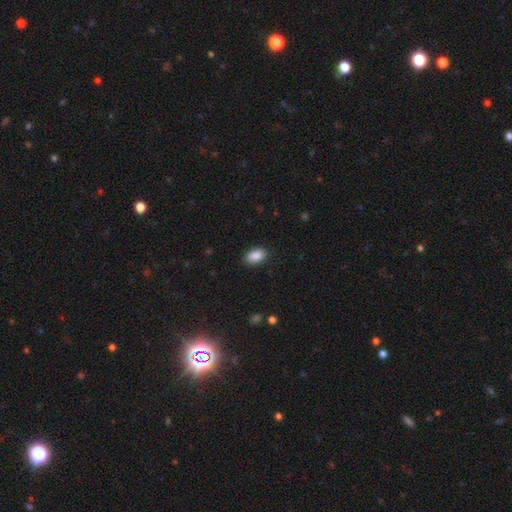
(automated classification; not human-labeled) The model was most divided on "merging": none: 87%, minor disturbance: 10%, major disturbance: 2%, merger: 1%. More confident: how rounded — in between (92%); smooth or featured — smooth (89%).